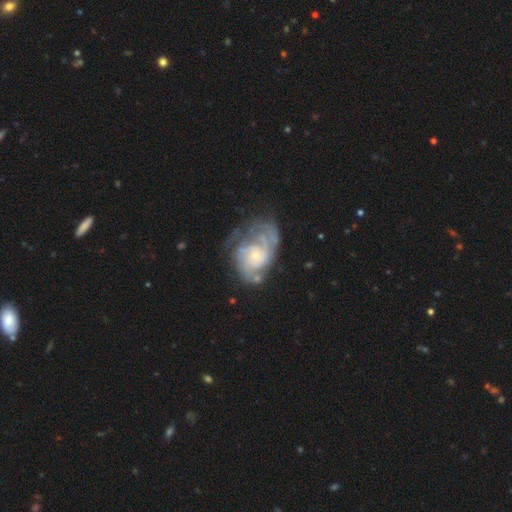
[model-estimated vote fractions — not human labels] This appears to be a featured or disk galaxy (84%) with no bar (72%), tight (55%) spiral arms (93%) and a small central bulge (70%). Merging: none (49%).